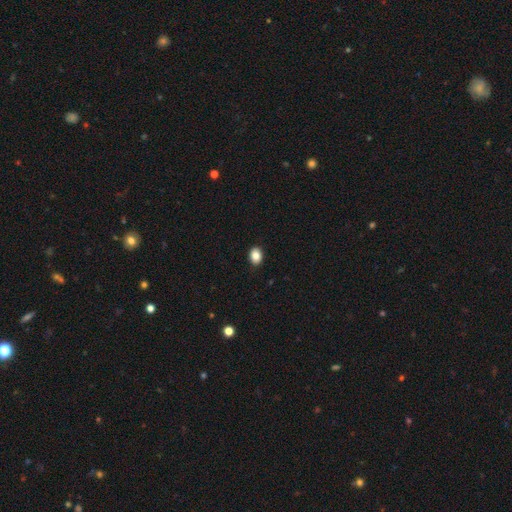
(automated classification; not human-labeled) This is clearly a smooth galaxy (85%). How rounded: likely in between (69%). Merging: clearly none (90%).